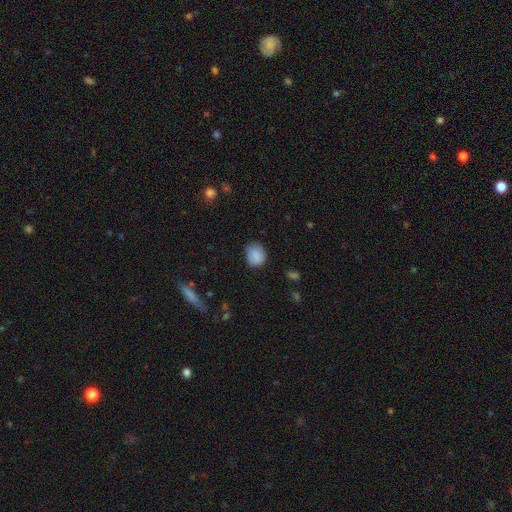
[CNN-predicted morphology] Smooth or featured? Predicted: smooth (p=0.86). How rounded? Predicted: round (p=0.68). Merging? Predicted: none (p=0.65).